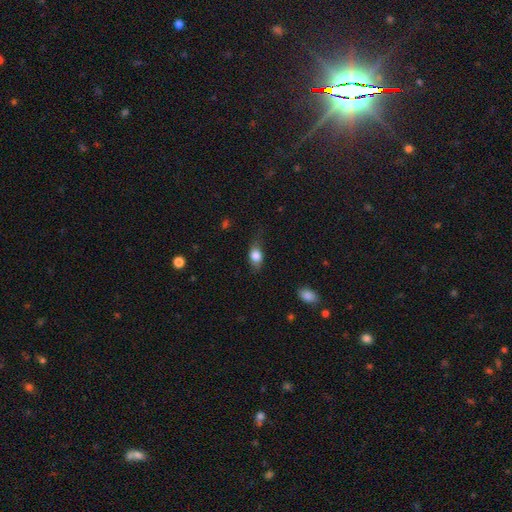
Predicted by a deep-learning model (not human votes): The model was most divided on "merging": none: 62%, minor disturbance: 26%, major disturbance: 10%, merger: 1%. More confident: smooth or featured — smooth (79%); how rounded — in between (70%).